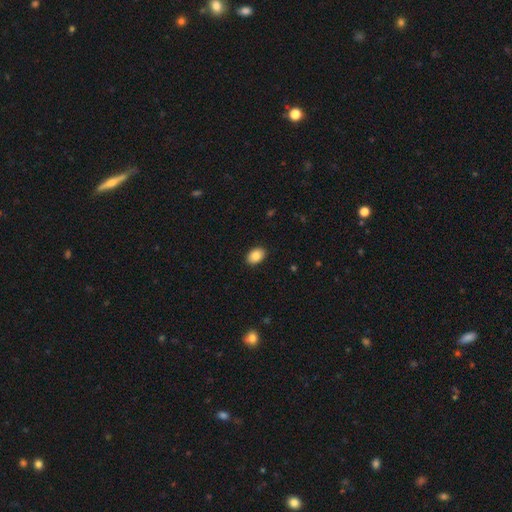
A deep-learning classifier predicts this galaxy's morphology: A smooth galaxy with no disk features (87%) that is in between round and cigar-shaped (84%).

Vote fractions:
- Smooth or featured? smooth: 87% / star or artifact: 8% / featured or disk: 5%
- How rounded? in between: 84% / round: 15% / cigar-shaped: 1%
- Merging? none: 90% / minor disturbance: 7% / major disturbance: 2% / merger: 1%